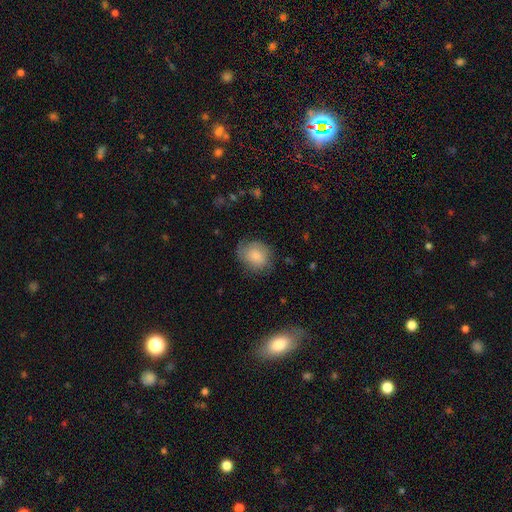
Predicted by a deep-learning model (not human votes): Morphology: type=smooth (74%); roundness=round (55%); merging=none (65%).